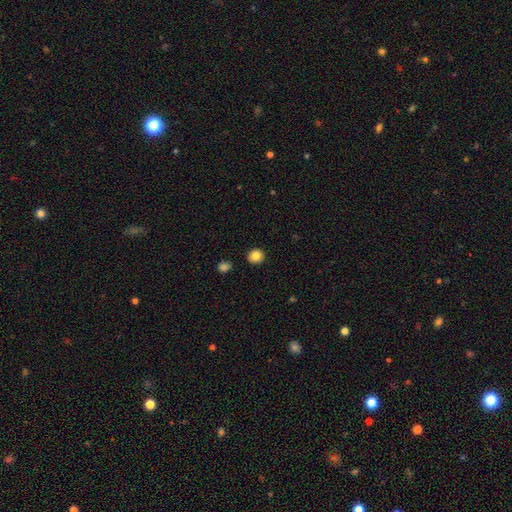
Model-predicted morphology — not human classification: smooth-or-featured: smooth: 84% | star or artifact: 10% | featured or disk: 6%
  how-rounded: round: 89% | in between: 10% | cigar-shaped: 1%
  merging: none: 91% | minor disturbance: 6% | major disturbance: 2% | merger: 1%